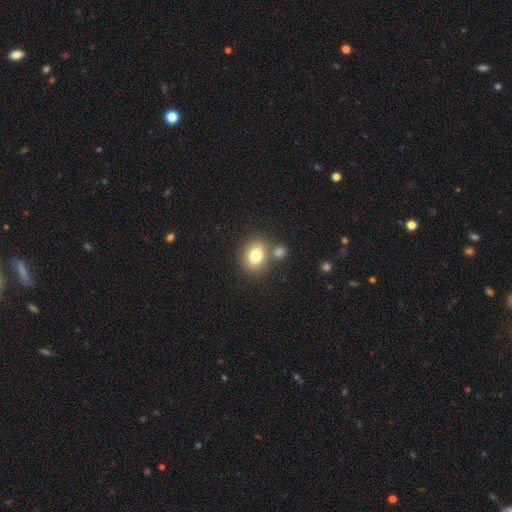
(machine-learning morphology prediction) type=smooth (78%); roundness=round (51%); merging=none (64%).